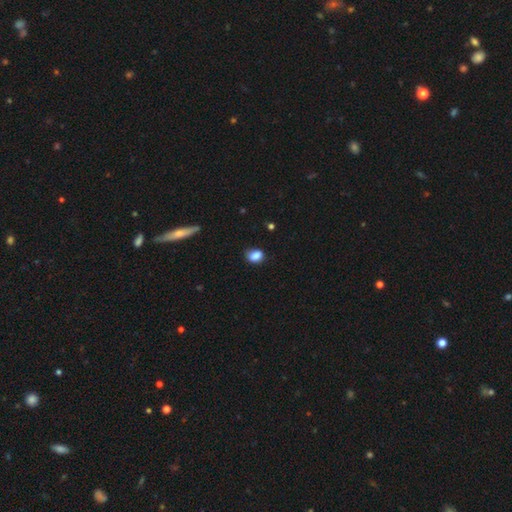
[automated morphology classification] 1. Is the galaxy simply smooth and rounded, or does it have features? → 84% smooth, 10% star or artifact, 6% featured or disk.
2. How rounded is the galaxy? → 68% in between, 31% round, 2% cigar-shaped.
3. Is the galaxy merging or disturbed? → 69% none, 23% minor disturbance, 5% major disturbance, 3% merger.